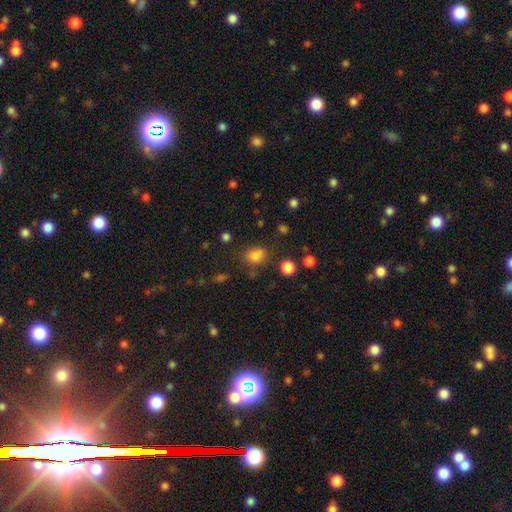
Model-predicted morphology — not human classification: This is likely a smooth galaxy (78%). How rounded: possibly in between (52%). Merging: likely none (71%).